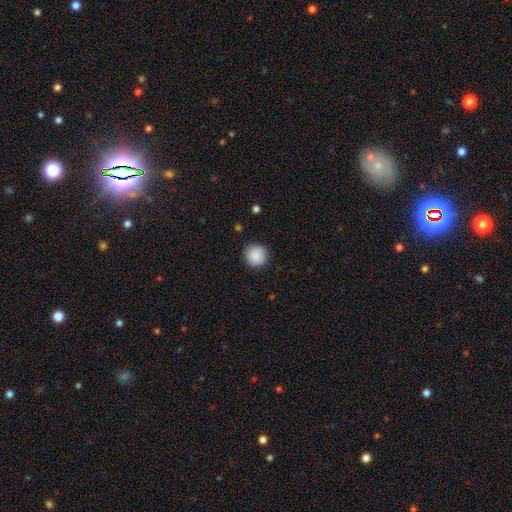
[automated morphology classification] smooth 88%, star or artifact 8%, featured or disk 4%. Down the decision tree: how rounded — round (94%); merging — none (89%).